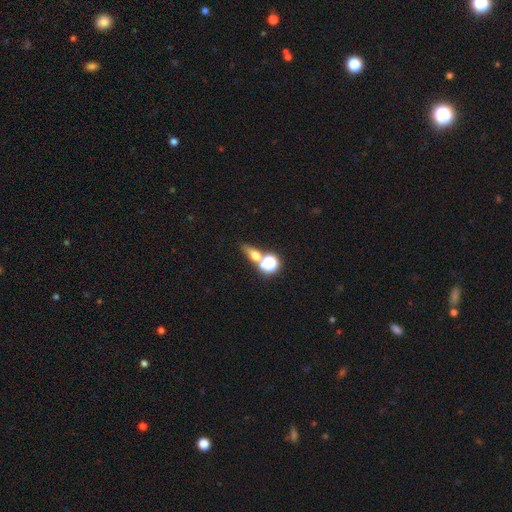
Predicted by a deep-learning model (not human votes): This appears to be a smooth galaxy with no disk features (53%) that is in between round and cigar-shaped (42%). Merging: none (52%).